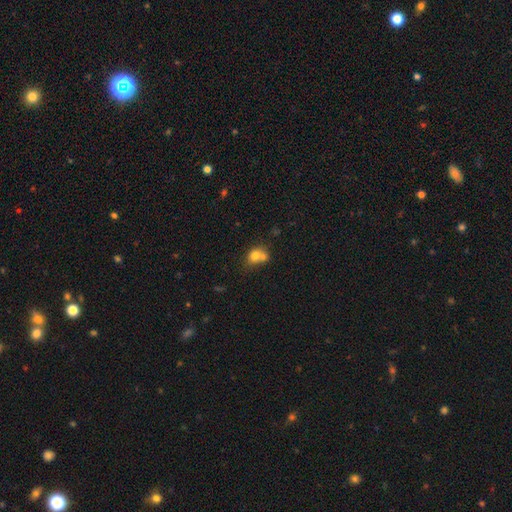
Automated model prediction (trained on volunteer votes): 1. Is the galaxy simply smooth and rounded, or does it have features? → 74% smooth, 15% featured or disk, 11% star or artifact.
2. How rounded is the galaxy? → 60% round, 39% in between, 1% cigar-shaped.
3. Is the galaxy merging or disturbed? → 53% merger, 31% none, 11% minor disturbance, 5% major disturbance.